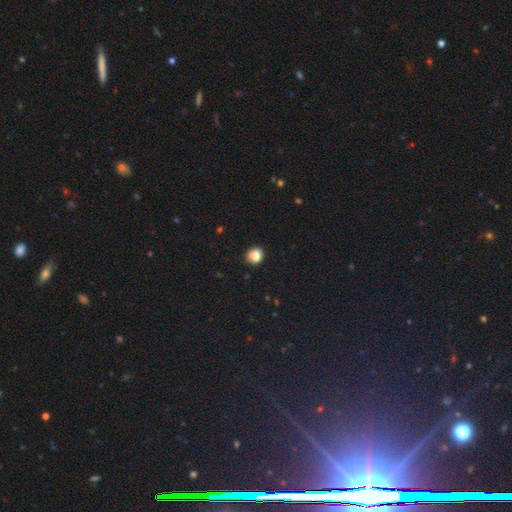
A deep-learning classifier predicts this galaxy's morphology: smooth 81%, star or artifact 11%, featured or disk 8%. Down the decision tree: how rounded — round (68%); merging — none (67%).